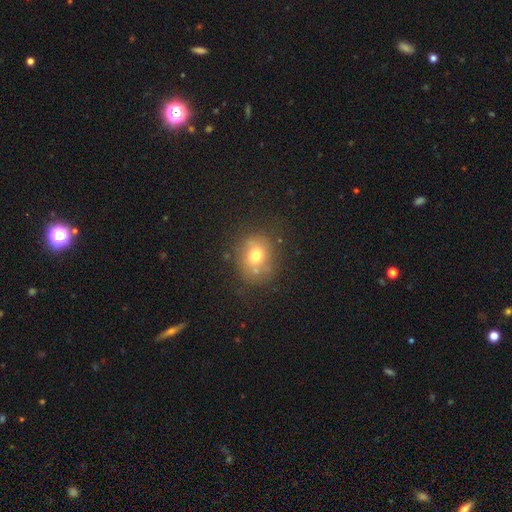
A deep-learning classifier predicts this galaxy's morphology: smooth_or_featured: smooth (p=0.70) [alt: featured or disk p=0.17]
how_rounded: round (p=0.70) [alt: in between p=0.29]
merging: none (p=0.70) [alt: minor disturbance p=0.17]